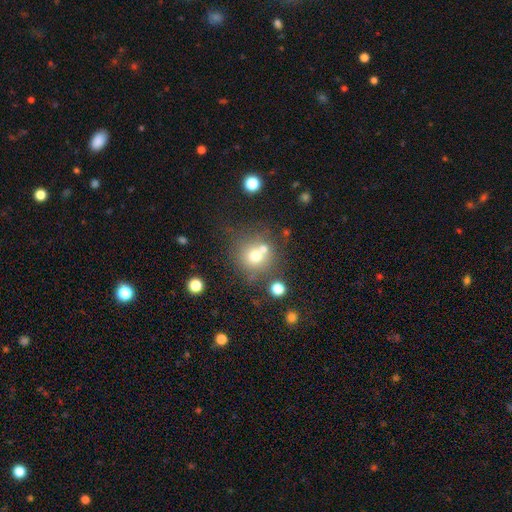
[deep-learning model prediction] Q: Smooth or featured?
A: smooth (69%); runner-up: featured or disk (16%)
Q: How rounded?
A: round (89%); runner-up: in between (10%)
Q: Merging?
A: none (57%); runner-up: merger (27%)